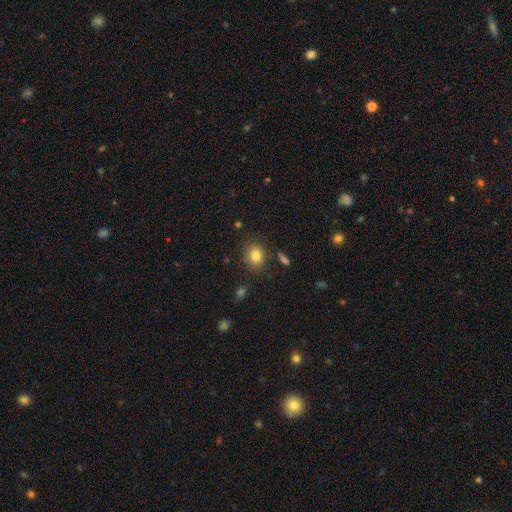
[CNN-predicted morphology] Q: Smooth or featured?
A: smooth (81%); runner-up: star or artifact (11%)
Q: How rounded?
A: round (61%); runner-up: in between (38%)
Q: Merging?
A: none (83%); runner-up: minor disturbance (11%)